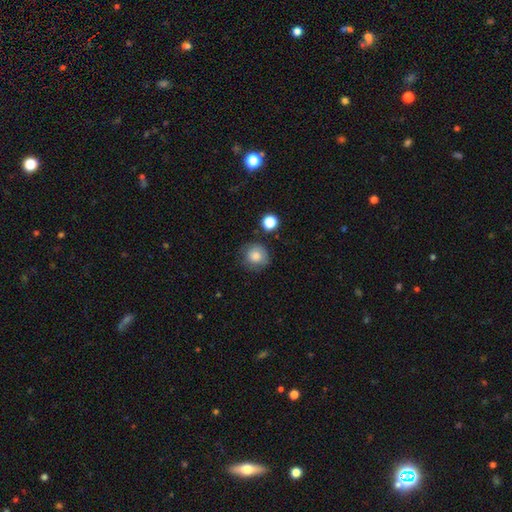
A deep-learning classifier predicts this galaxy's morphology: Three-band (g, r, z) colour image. It shows a smooth galaxy with no disk features (79%) that is round (86%). Merging: none (70%).